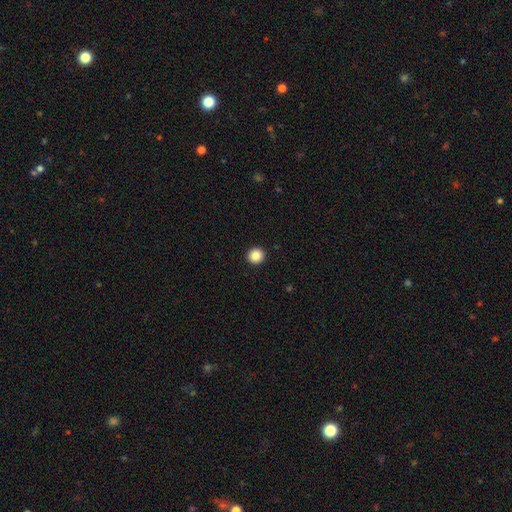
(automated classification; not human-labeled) Overall: smooth (87%). How rounded: round (94%). Merging: none (94%).